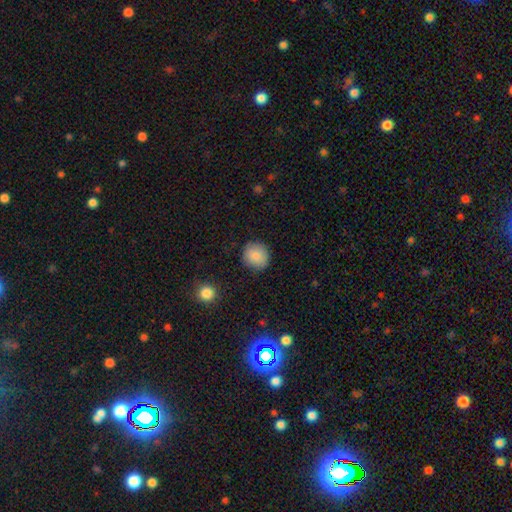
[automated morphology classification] A smooth galaxy with no disk features (87%) that is round (88%).

Vote fractions:
- Smooth or featured? smooth: 87% / star or artifact: 8% / featured or disk: 5%
- How rounded? round: 88% / in between: 11% / cigar-shaped: 1%
- Merging? none: 86% / minor disturbance: 10% / major disturbance: 3% / merger: 1%